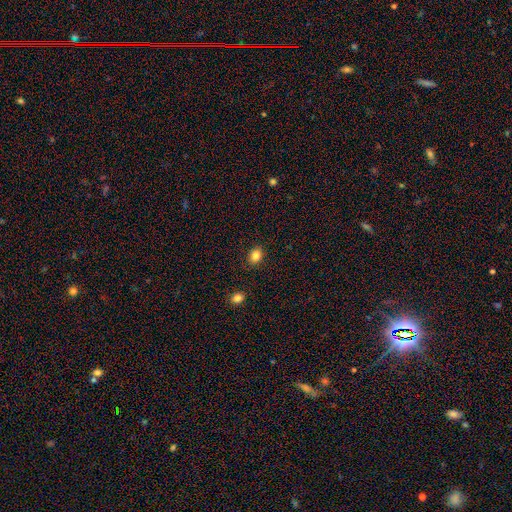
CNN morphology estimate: smooth 84%, star or artifact 10%, featured or disk 6%. Down the decision tree: how rounded — in between (62%); merging — none (89%).